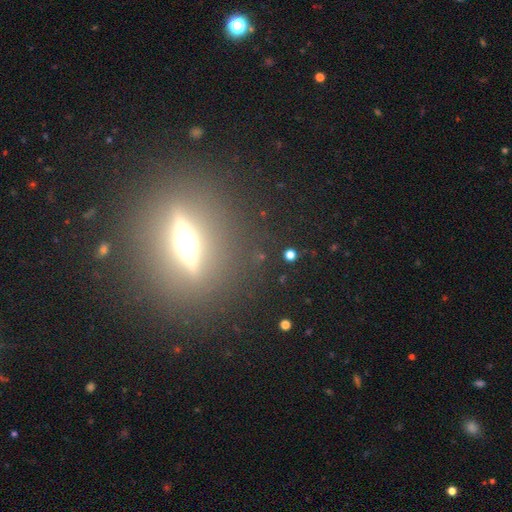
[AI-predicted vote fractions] Morphology: type=featured or disk (68%); edge-on=yes (89%); edge-on bulge=rounded (77%); merging=none (87%).